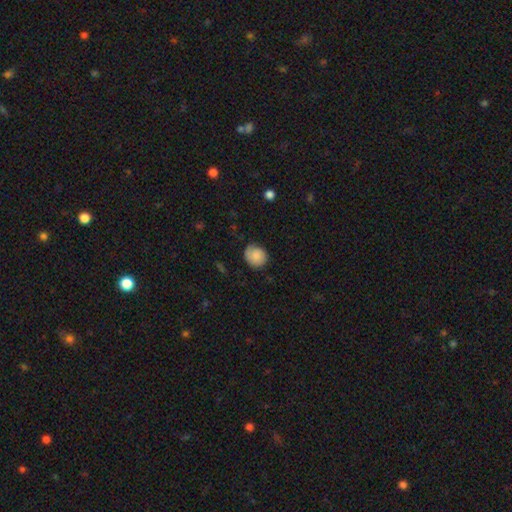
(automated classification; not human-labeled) Q: Smooth or featured?
A: smooth (76%); runner-up: featured or disk (16%)
Q: How rounded?
A: round (75%); runner-up: in between (24%)
Q: Merging?
A: none (71%); runner-up: minor disturbance (23%)